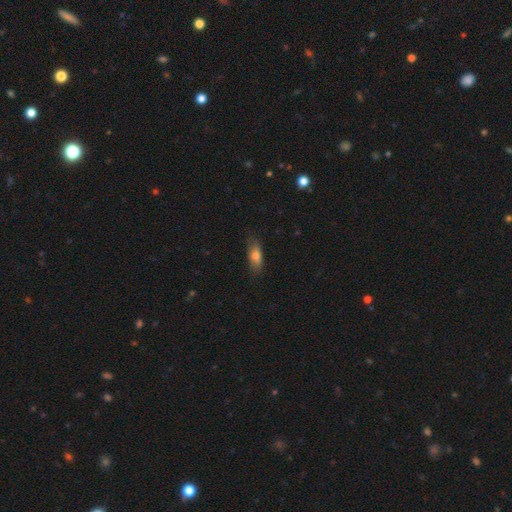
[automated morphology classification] This appears to be a smooth galaxy with no disk features (75%) that is in between round and cigar-shaped (67%). Merging: none (79%).